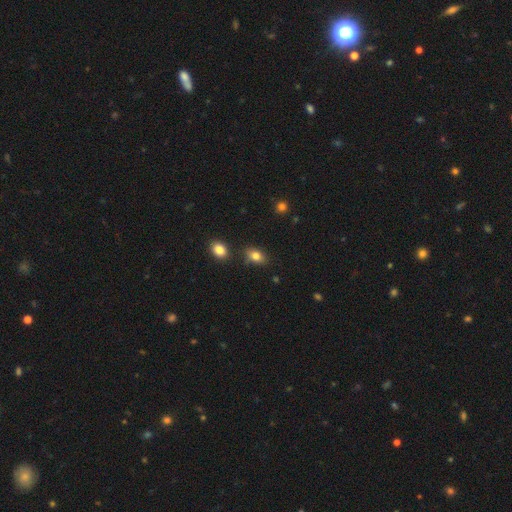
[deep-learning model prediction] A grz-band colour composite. It shows a smooth galaxy with no disk features (81%) that is in between round and cigar-shaped (82%). Merging: none (78%).